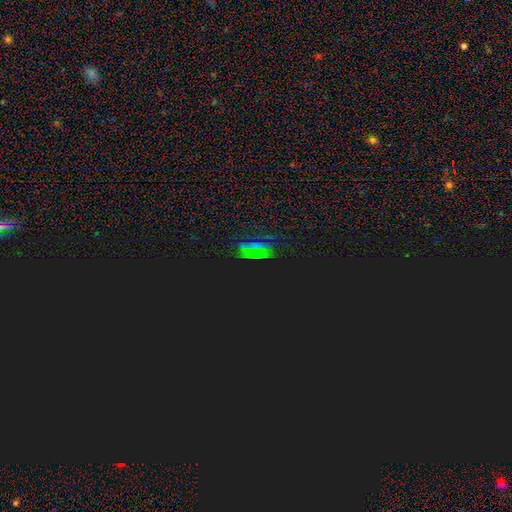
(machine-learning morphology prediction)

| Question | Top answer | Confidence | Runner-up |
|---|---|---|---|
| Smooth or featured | star or artifact | 73% | smooth (17%) |